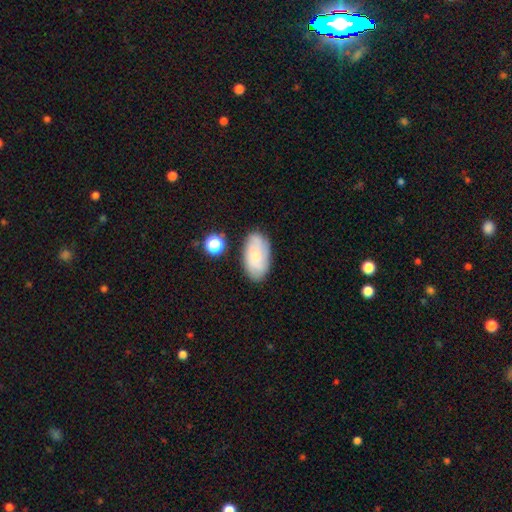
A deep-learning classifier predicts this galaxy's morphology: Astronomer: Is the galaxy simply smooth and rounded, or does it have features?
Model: smooth — 60%.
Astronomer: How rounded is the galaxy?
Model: in between — 93%.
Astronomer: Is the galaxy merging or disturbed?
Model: none — 77%.